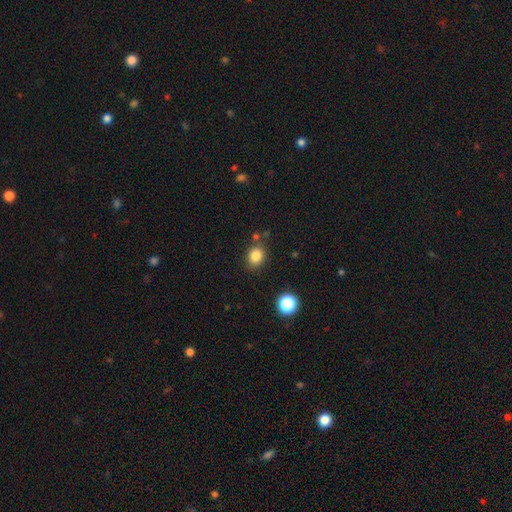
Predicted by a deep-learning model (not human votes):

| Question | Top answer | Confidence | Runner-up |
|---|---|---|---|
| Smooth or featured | smooth | 84% | star or artifact (11%) |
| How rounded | round | 62% | in between (37%) |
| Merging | none | 77% | minor disturbance (13%) |